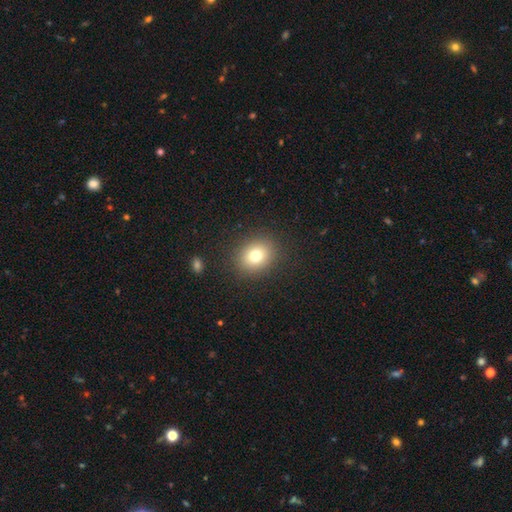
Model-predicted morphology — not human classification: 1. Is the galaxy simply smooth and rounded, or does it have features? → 76% smooth, 13% star or artifact, 11% featured or disk.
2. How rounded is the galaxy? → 63% round, 36% in between, 1% cigar-shaped.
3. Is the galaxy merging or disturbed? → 88% none, 7% minor disturbance, 3% major disturbance, 1% merger.